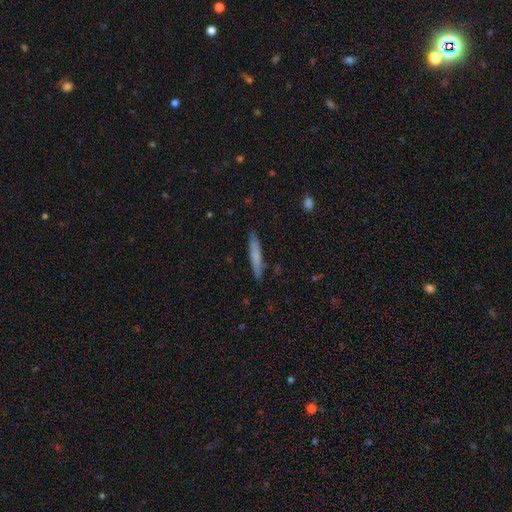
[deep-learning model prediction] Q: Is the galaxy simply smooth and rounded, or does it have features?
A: smooth — 70%.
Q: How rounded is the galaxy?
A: cigar-shaped — 93%.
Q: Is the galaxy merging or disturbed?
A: none — 88%.